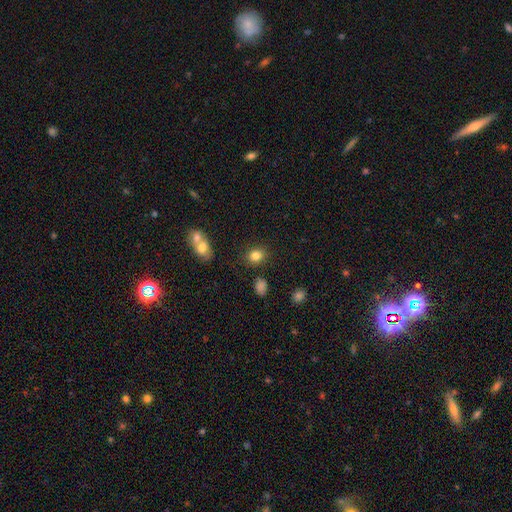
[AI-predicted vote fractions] smooth_or_featured: smooth (p=0.82) [alt: star or artifact p=0.11]
how_rounded: round (p=0.57) [alt: in between p=0.42]
merging: none (p=0.82) [alt: minor disturbance p=0.09]